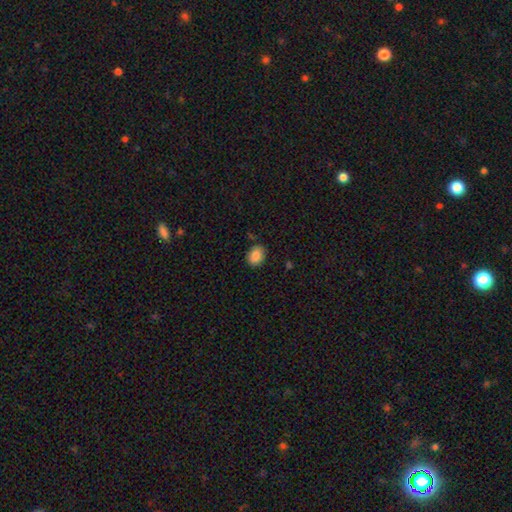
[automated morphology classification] Q: Smooth or featured?
A: smooth (87%); runner-up: star or artifact (8%)
Q: How rounded?
A: in between (59%); runner-up: round (40%)
Q: Merging?
A: none (83%); runner-up: minor disturbance (12%)